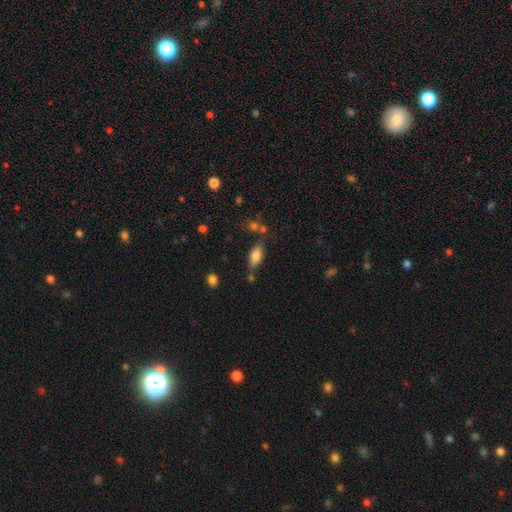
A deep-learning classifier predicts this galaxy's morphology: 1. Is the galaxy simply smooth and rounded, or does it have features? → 81% smooth, 11% featured or disk, 8% star or artifact.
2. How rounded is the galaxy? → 85% in between, 13% cigar-shaped, 2% round.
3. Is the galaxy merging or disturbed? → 68% none, 16% minor disturbance, 10% merger, 5% major disturbance.